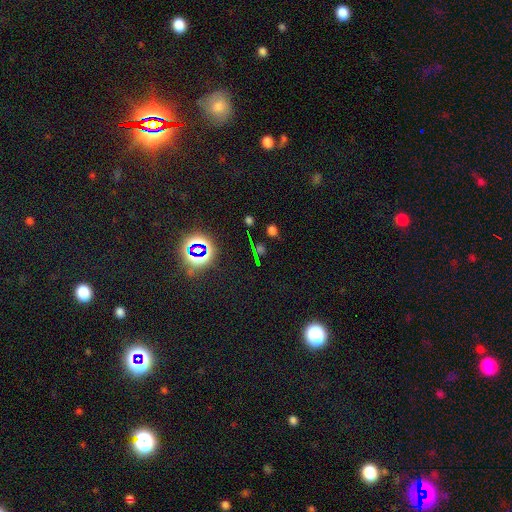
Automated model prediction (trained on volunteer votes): A star or artifact, not a galaxy (69%).